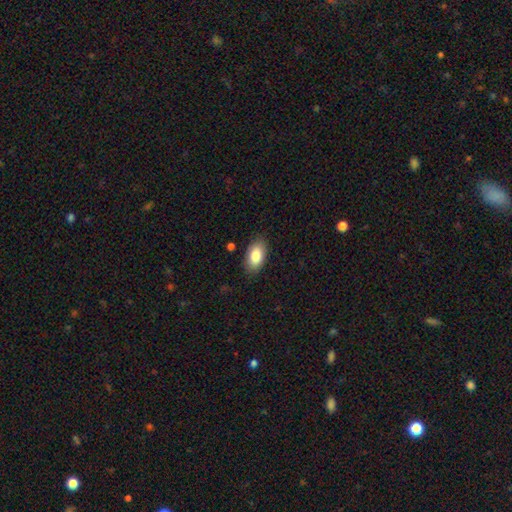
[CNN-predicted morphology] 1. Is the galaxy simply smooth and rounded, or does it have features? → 84% smooth, 9% featured or disk, 7% star or artifact.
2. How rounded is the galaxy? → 93% in between, 5% round, 2% cigar-shaped.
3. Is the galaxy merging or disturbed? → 85% none, 11% minor disturbance, 3% major disturbance, 1% merger.